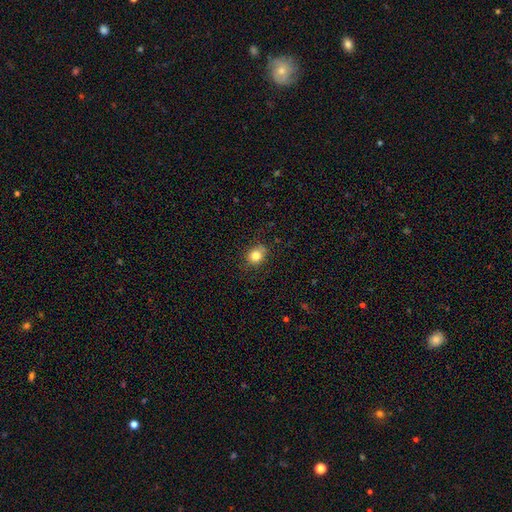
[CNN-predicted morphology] This appears to be a smooth galaxy with no disk features (82%) that is round (66%). Merging: none (82%).